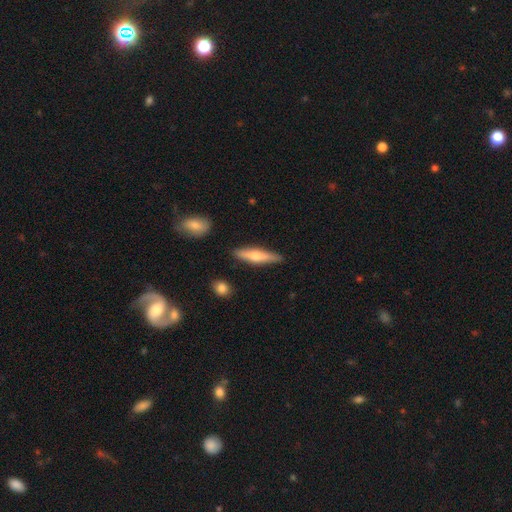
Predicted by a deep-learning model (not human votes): Overall: smooth (51%; featured or disk 44%). How rounded: cigar-shaped (81%). Merging: none (87%).